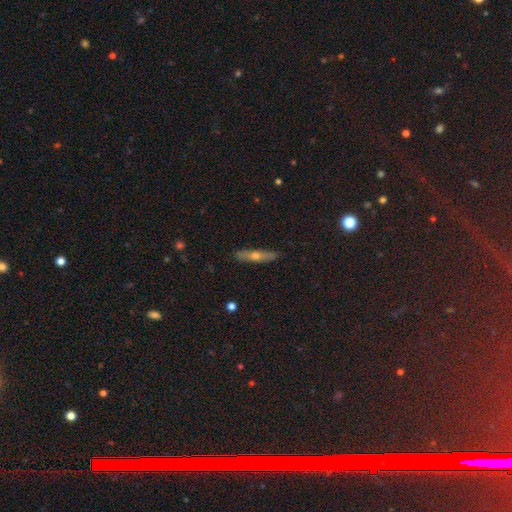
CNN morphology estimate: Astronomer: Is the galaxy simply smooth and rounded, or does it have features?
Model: featured or disk — 51% (runner-up: smooth, 41%).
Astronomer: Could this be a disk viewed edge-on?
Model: yes — 89%.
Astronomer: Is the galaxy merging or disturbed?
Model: none — 89%.